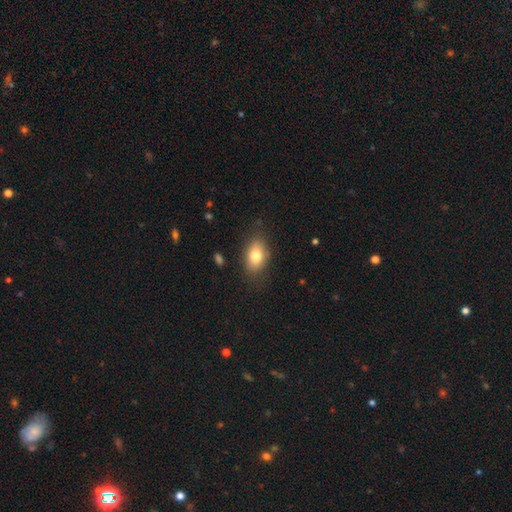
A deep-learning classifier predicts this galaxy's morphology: This appears to be a smooth galaxy with no disk features (78%) that is in between round and cigar-shaped (84%). Merging: none (81%).